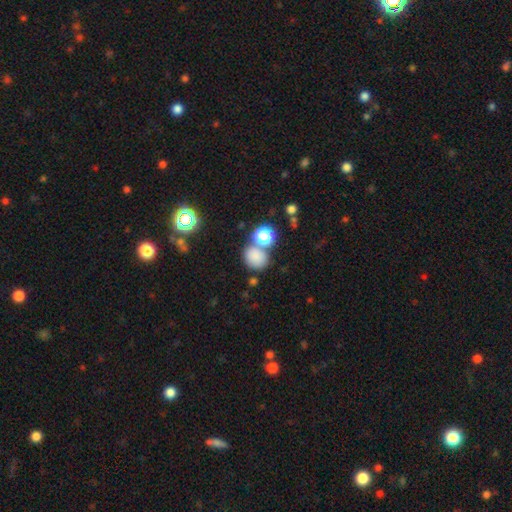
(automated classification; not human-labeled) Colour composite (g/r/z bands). It shows a smooth galaxy with no disk features (77%) that is round (68%). Merging: none (55%).